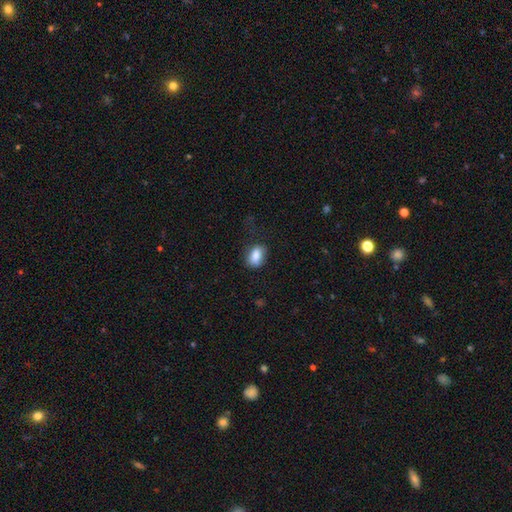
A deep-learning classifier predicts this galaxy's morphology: Smooth or featured: smooth — 86% (star or artifact — 8%)
How rounded: in between — 83% (round — 15%)
Merging: none — 65% (minor disturbance — 24%)